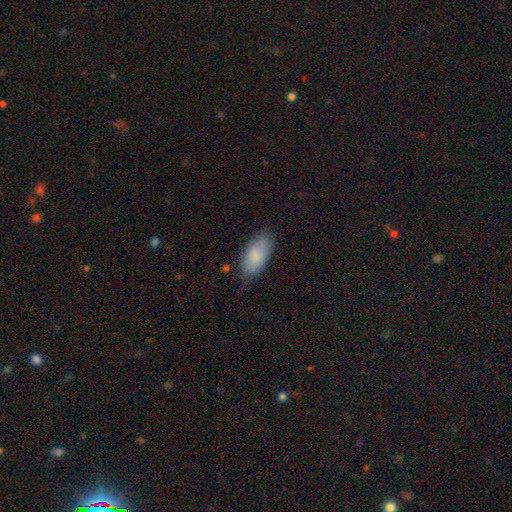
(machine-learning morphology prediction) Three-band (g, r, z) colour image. It shows a smooth galaxy with no disk features (85%) that is in between round and cigar-shaped (92%). Merging: none (77%).